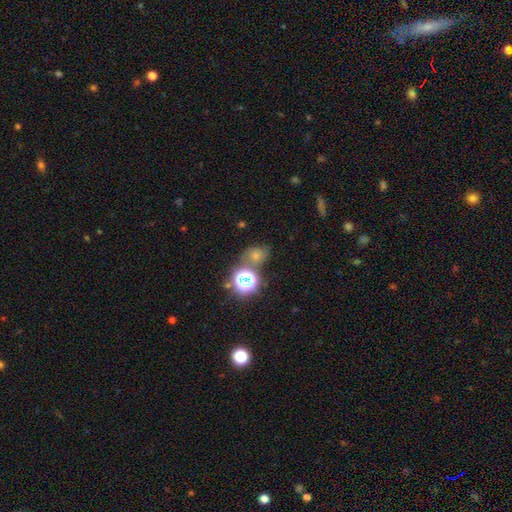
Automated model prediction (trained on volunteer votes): smooth 60%, star or artifact 28%, featured or disk 12%. Down the decision tree: how rounded — round (61%); merging — none (62%).